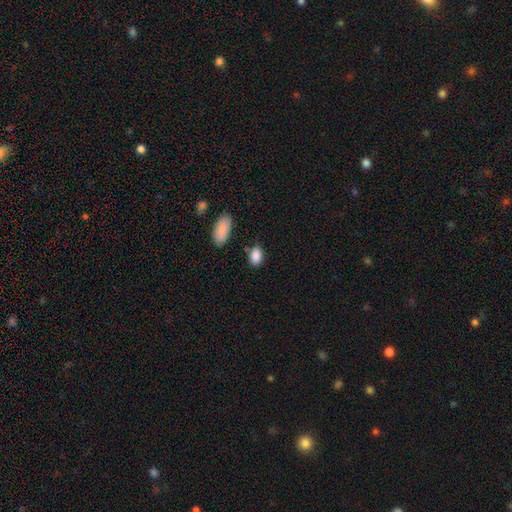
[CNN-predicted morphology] The model was most divided on "merging": none: 73%, minor disturbance: 17%, merger: 5%, major disturbance: 4%. More confident: smooth or featured — smooth (88%); how rounded — in between (87%).